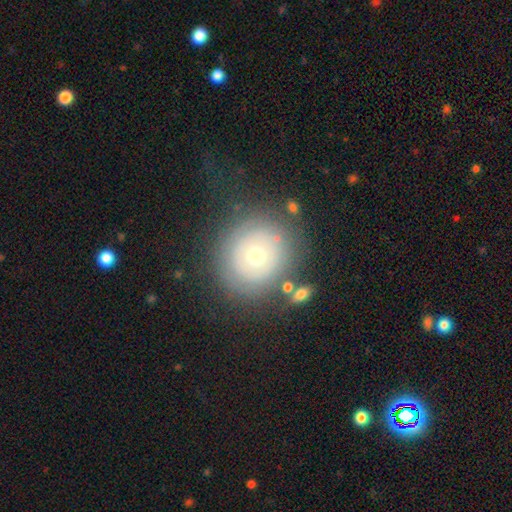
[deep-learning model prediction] smooth_or_featured: smooth (p=0.49) [alt: featured or disk p=0.42]
merging: none (p=0.75) [alt: minor disturbance p=0.13]